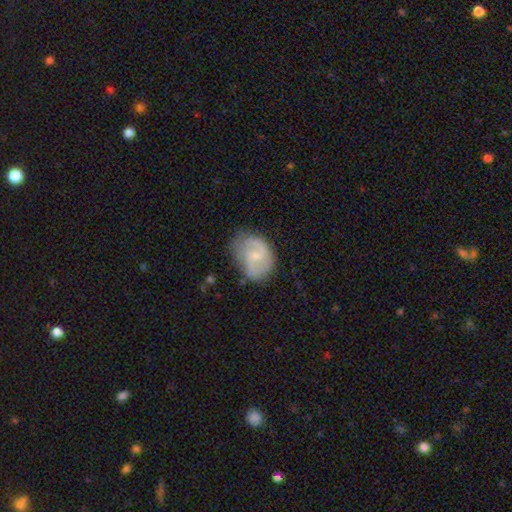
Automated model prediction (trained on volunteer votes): Smooth or featured: featured or disk — 69% (smooth — 25%)
Edge-on disk: no — 98% (yes — 2%)
Bar: weak — 51% (no — 40%)
Spiral arms: yes — 88% (no — 12%)
Spiral winding: medium — 49% (loose — 30%)
Spiral arm count: 2 — 79% (can't tell — 11%)
Bulge size: small — 64% (moderate — 26%)
Merging: none — 62% (minor disturbance — 26%)